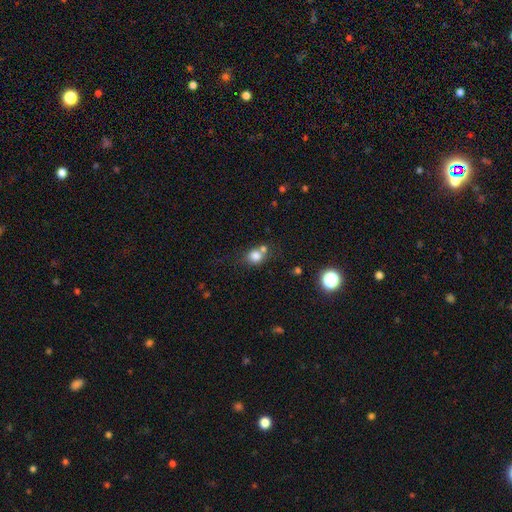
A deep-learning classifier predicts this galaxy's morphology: smooth-or-featured: smooth: 78% | star or artifact: 12% | featured or disk: 10%
  how-rounded: round: 70% | in between: 29% | cigar-shaped: 1%
  merging: none: 49% | merger: 34% | minor disturbance: 12% | major disturbance: 5%